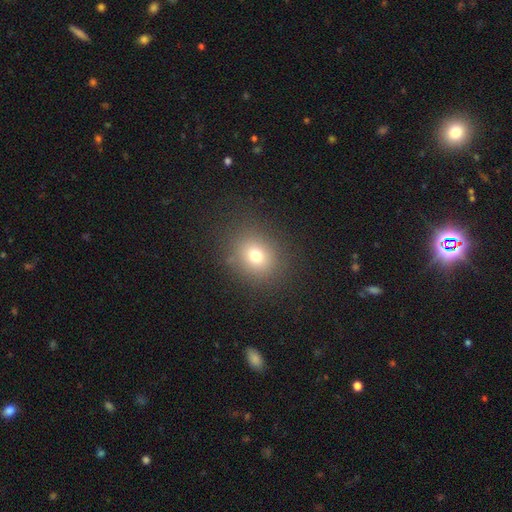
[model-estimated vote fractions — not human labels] The model was most divided on "how rounded": round: 69%, in between: 30%, cigar-shaped: 1%. More confident: merging — none (84%); smooth or featured — smooth (73%).